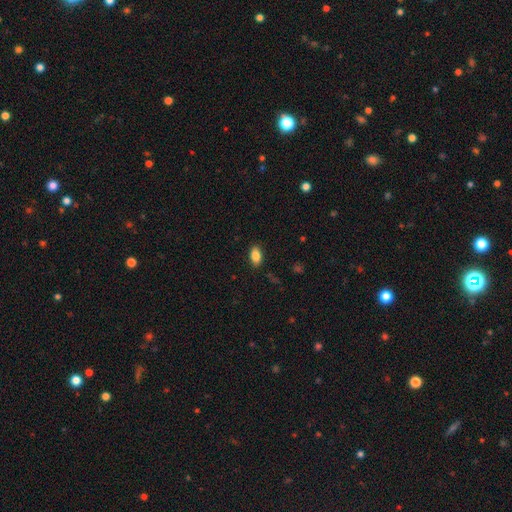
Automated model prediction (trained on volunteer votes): Smooth or featured? Predicted: smooth (p=0.86). How rounded? Predicted: in between (p=0.91). Merging? Predicted: none (p=0.87).